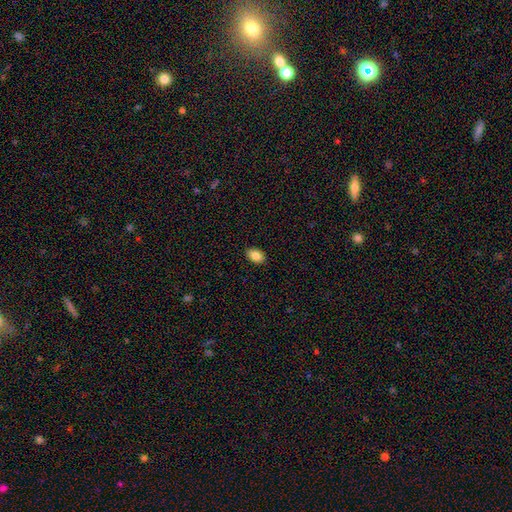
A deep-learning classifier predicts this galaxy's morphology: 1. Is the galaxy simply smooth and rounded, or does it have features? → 86% smooth, 8% star or artifact, 6% featured or disk.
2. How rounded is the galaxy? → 84% in between, 15% round, 1% cigar-shaped.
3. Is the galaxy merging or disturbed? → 90% none, 7% minor disturbance, 2% major disturbance, 1% merger.